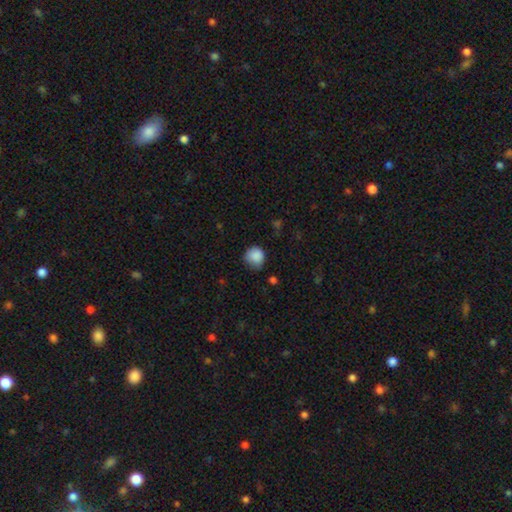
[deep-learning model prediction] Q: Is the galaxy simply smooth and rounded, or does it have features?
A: smooth — 87%.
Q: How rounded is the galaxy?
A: round — 85%.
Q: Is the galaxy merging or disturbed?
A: none — 62%.